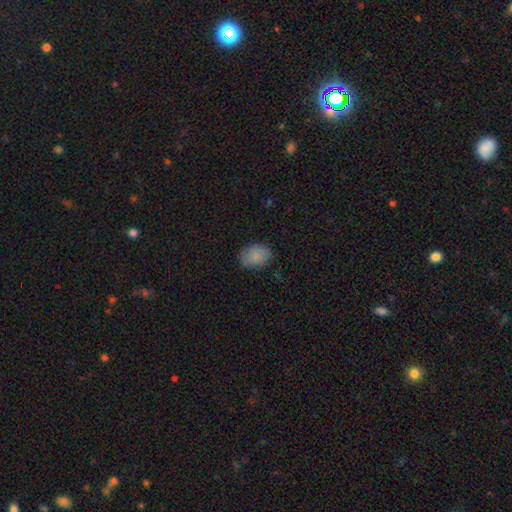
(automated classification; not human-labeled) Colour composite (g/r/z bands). It shows a smooth galaxy with no disk features (84%) that is in between round and cigar-shaped (68%). Merging: none (81%).